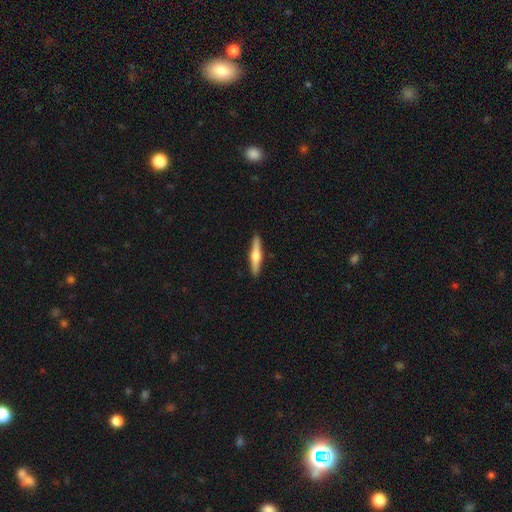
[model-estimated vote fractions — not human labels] Overall: featured or disk (54%; smooth 41%). Edge-on disk: yes (97%). Edge-on bulge: rounded (91%). Merging: none (92%).